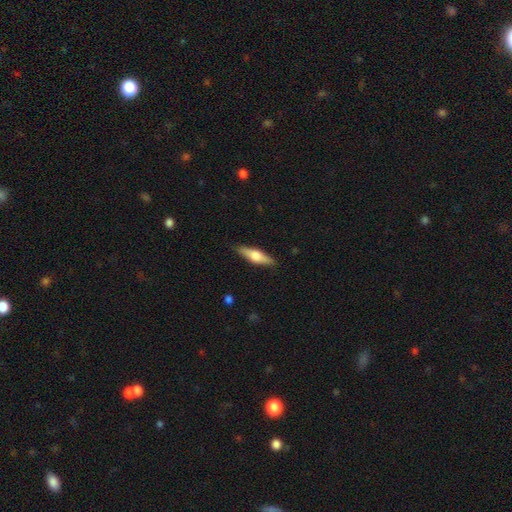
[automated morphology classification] This appears to be a featured or disk galaxy (50%) viewed edge-on (94%). Merging: none (87%).